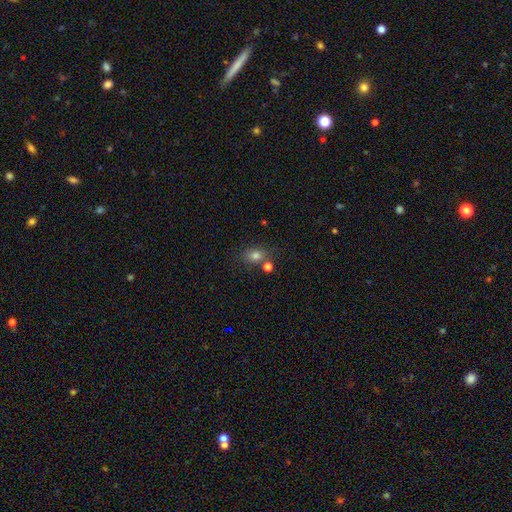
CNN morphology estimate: Smooth or featured: smooth — 78% (star or artifact — 14%)
How rounded: in between — 56% (round — 42%)
Merging: none — 66% (merger — 17%)